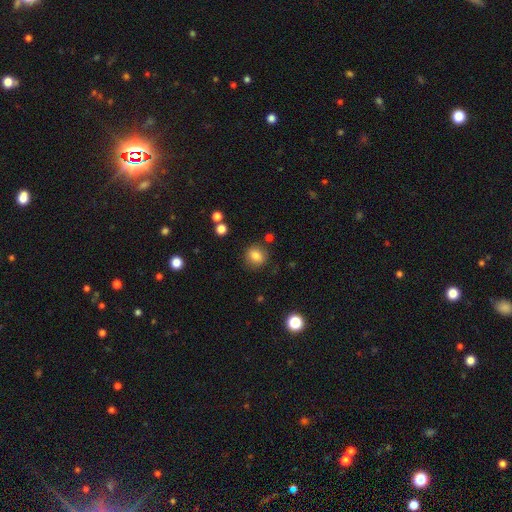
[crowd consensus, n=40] Smooth or featured? smooth (88%)
How rounded? round (74%)
Merging? none (95%)